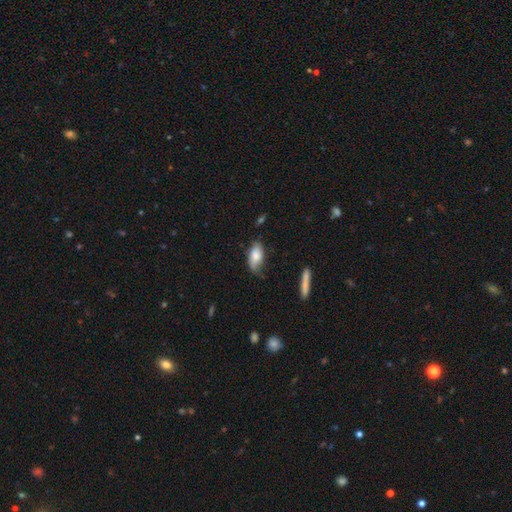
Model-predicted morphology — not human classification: smooth_or_featured: smooth (p=0.74) [alt: featured or disk p=0.19]
how_rounded: in between (p=0.91) [alt: cigar-shaped p=0.05]
merging: none (p=0.53) [alt: minor disturbance p=0.35]